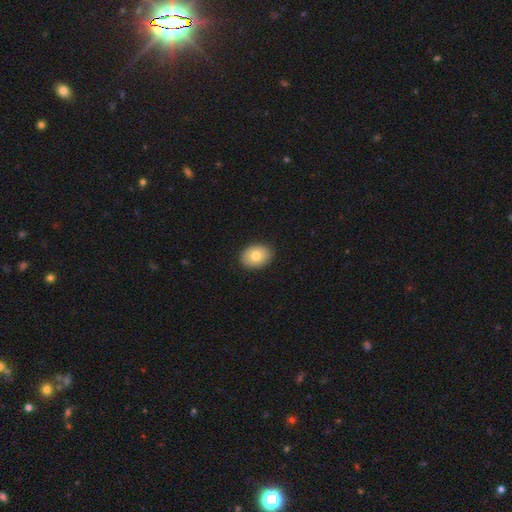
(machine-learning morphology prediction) smooth_or_featured: smooth (p=0.80) [alt: featured or disk p=0.12]
how_rounded: in between (p=0.68) [alt: round p=0.31]
merging: none (p=0.90) [alt: minor disturbance p=0.08]